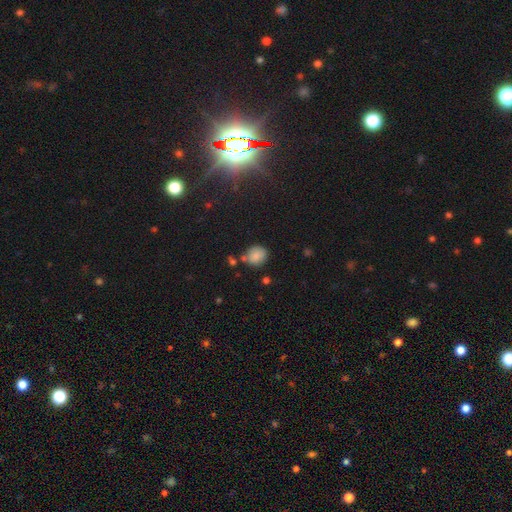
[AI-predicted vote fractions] Q: Smooth or featured?
A: smooth (83%); runner-up: star or artifact (10%)
Q: How rounded?
A: round (71%); runner-up: in between (28%)
Q: Merging?
A: none (65%); runner-up: minor disturbance (18%)